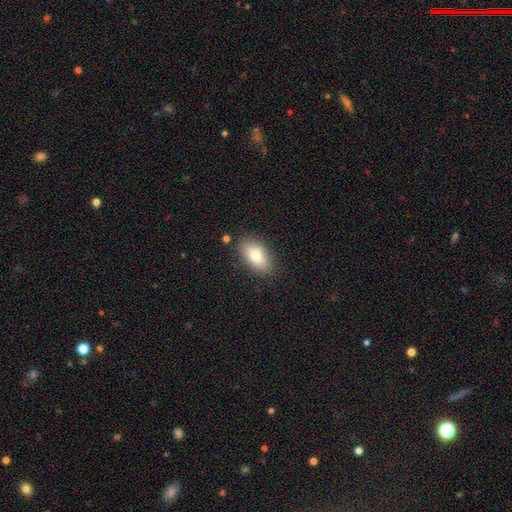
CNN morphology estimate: Q: Smooth or featured?
A: smooth (81%); runner-up: featured or disk (12%)
Q: How rounded?
A: in between (91%); runner-up: round (5%)
Q: Merging?
A: none (82%); runner-up: minor disturbance (13%)